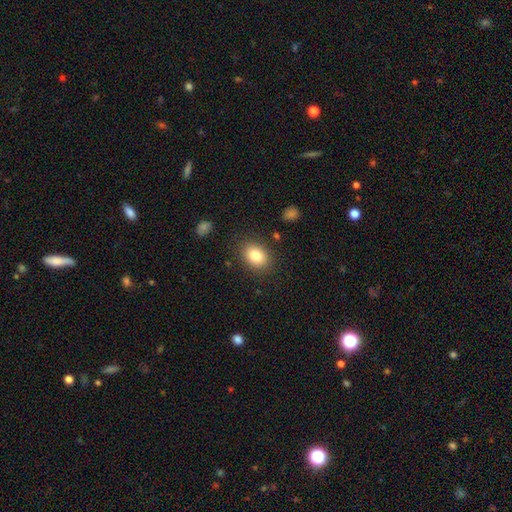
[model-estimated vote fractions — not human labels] A smooth galaxy with no disk features (83%) that is in between round and cigar-shaped (70%).

Vote fractions:
- Smooth or featured? smooth: 83% / star or artifact: 9% / featured or disk: 9%
- How rounded? in between: 70% / round: 29% / cigar-shaped: 1%
- Merging? none: 85% / minor disturbance: 10% / major disturbance: 3% / merger: 2%